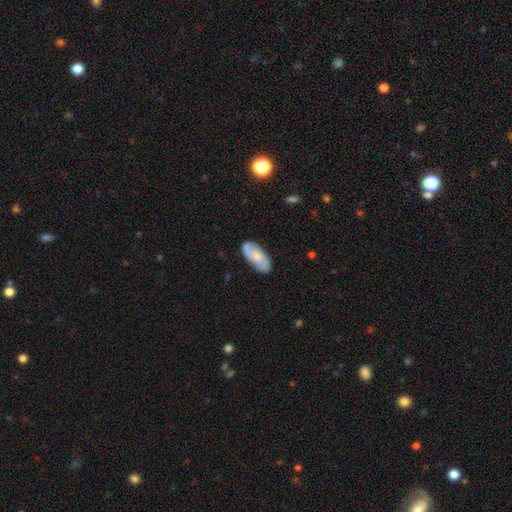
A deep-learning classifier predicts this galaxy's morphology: The model was most divided on "smooth or featured": smooth: 59%, featured or disk: 34%, star or artifact: 6%. More confident: how rounded — in between (88%); merging — none (79%).